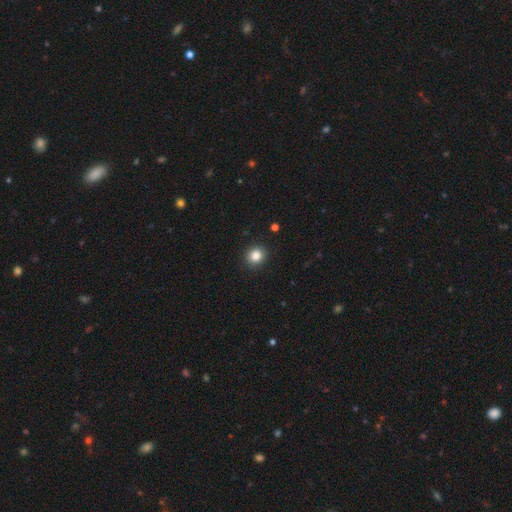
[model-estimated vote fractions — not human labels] A smooth galaxy with no disk features (84%) that is round (82%).

Vote fractions:
- Smooth or featured? smooth: 84% / star or artifact: 11% / featured or disk: 6%
- How rounded? round: 82% / in between: 17% / cigar-shaped: 1%
- Merging? none: 91% / minor disturbance: 6% / major disturbance: 2% / merger: 1%